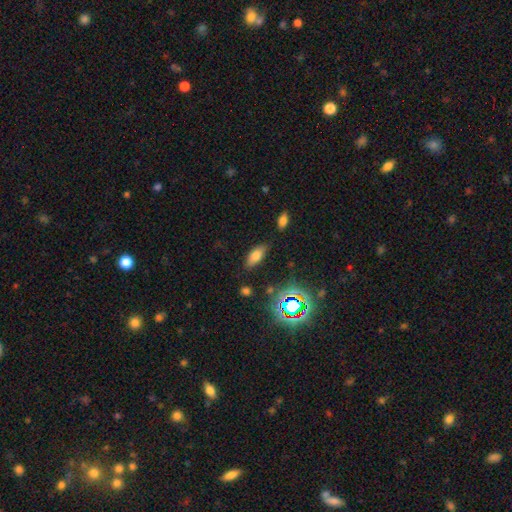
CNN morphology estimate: A smooth galaxy with no disk features (72%) that is in between round and cigar-shaped (83%). Merging: none (80%).